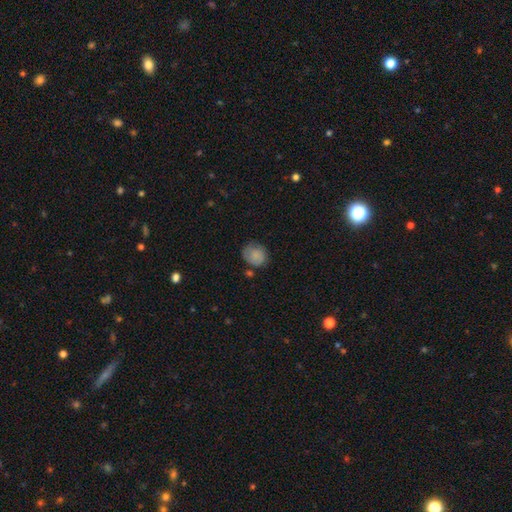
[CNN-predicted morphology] A smooth galaxy with no disk features (80%) that is round (77%).

Vote fractions:
- Smooth or featured? smooth: 80% / featured or disk: 12% / star or artifact: 8%
- How rounded? round: 77% / in between: 23% / cigar-shaped: 1%
- Merging? none: 64% / minor disturbance: 25% / major disturbance: 7% / merger: 4%